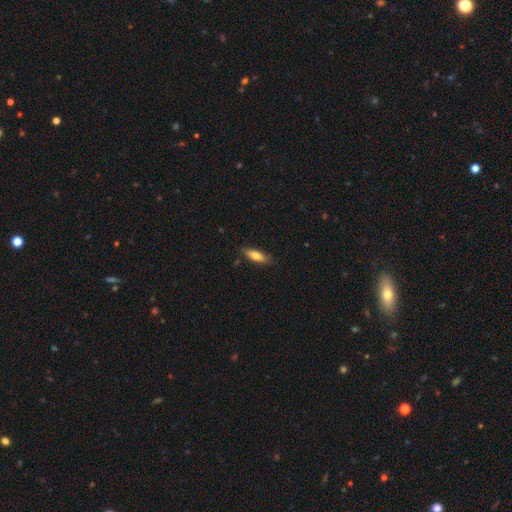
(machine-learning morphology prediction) type=smooth (71%); roundness=cigar-shaped (50%); merging=none (83%).